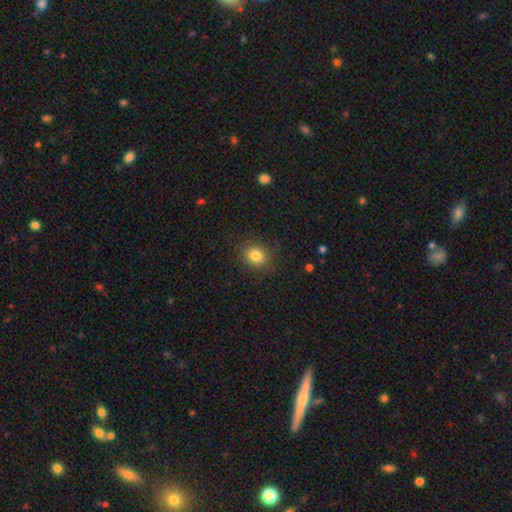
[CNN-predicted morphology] Smooth or featured: smooth — 81% (star or artifact — 12%)
How rounded: round — 71% (in between — 28%)
Merging: none — 85% (minor disturbance — 10%)